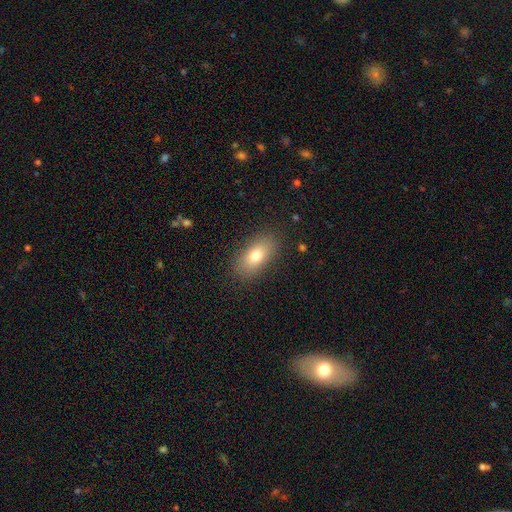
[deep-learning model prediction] Overall: smooth (76%). How rounded: in between (87%). Merging: none (87%).